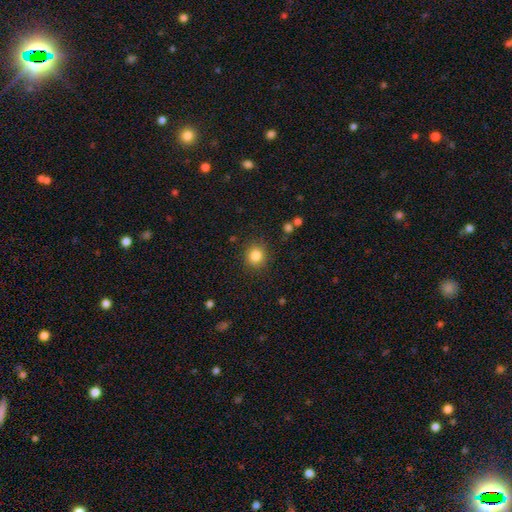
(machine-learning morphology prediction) smooth-or-featured: smooth: 84% | star or artifact: 11% | featured or disk: 5%
  how-rounded: round: 89% | in between: 10% | cigar-shaped: 1%
  merging: none: 88% | minor disturbance: 8% | major disturbance: 3% | merger: 2%